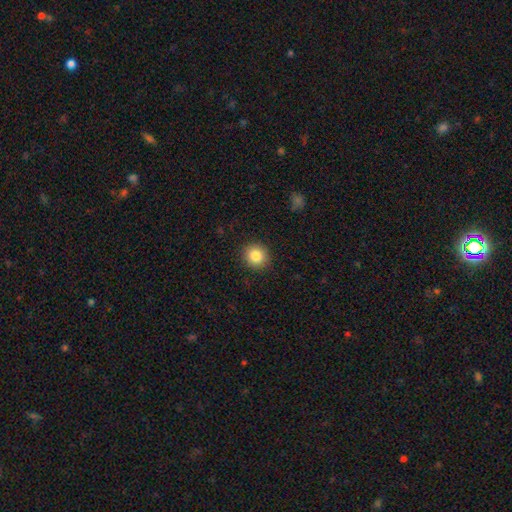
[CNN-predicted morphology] smooth-or-featured: smooth: 85% | star or artifact: 10% | featured or disk: 6%
  how-rounded: round: 90% | in between: 9% | cigar-shaped: 1%
  merging: none: 91% | minor disturbance: 6% | major disturbance: 2% | merger: 1%